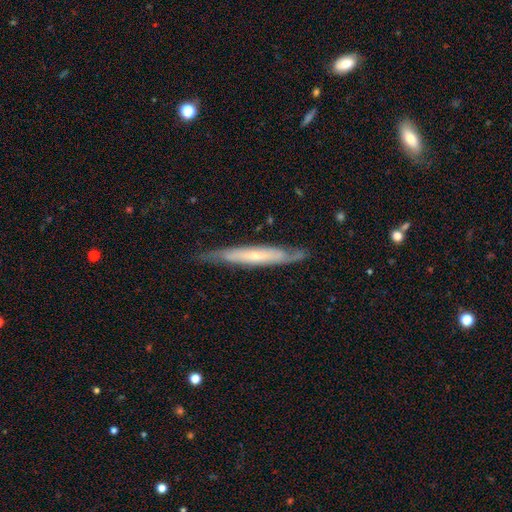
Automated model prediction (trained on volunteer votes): Morphology: type=featured or disk (63%); edge-on=yes (73%); merging=none (76%).